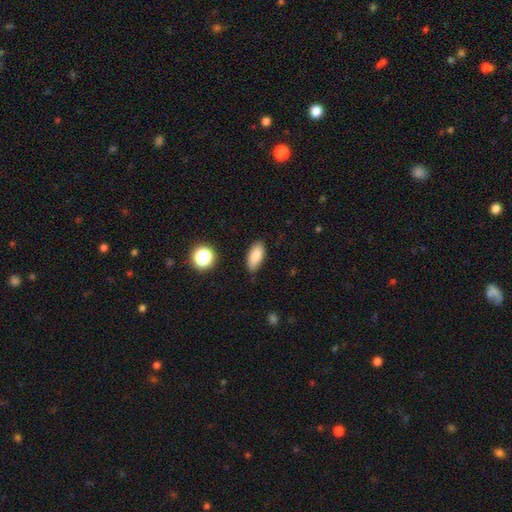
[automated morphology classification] type=smooth (84%); roundness=in between (86%); merging=none (79%).